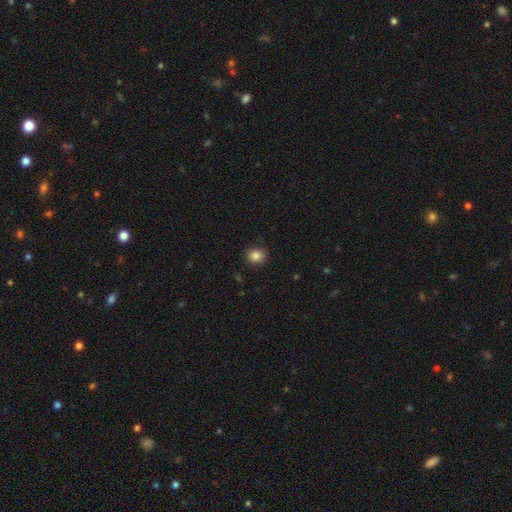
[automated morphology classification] The model was most divided on "how rounded": round: 78%, in between: 22%, cigar-shaped: 1%. More confident: merging — none (87%); smooth or featured — smooth (85%).